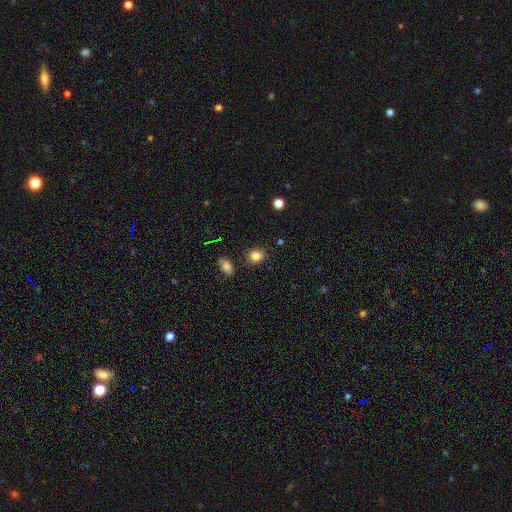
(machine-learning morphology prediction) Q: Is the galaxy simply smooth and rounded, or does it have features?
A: smooth — 84%.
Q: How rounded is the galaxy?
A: round — 70%.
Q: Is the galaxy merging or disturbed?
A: none — 84%.